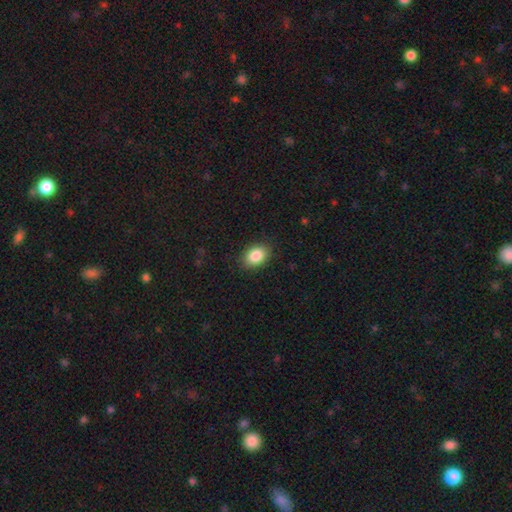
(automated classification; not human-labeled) Smooth or featured?
  - smooth: 86% *
  - star or artifact: 8%
  - featured or disk: 6%
How rounded?
  - in between: 77% *
  - round: 22%
  - cigar-shaped: 1%
Merging?
  - none: 88% *
  - minor disturbance: 9%
  - major disturbance: 2%
  - merger: 1%